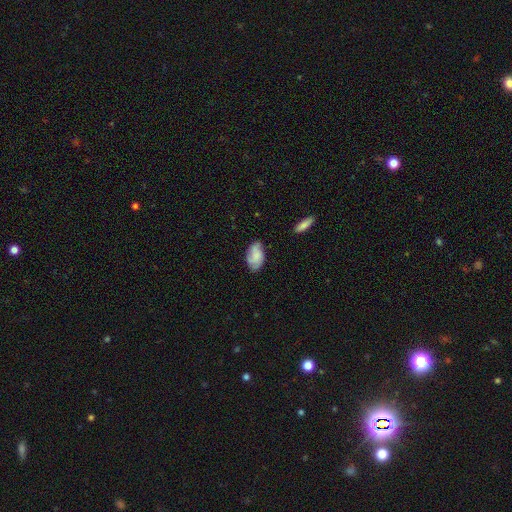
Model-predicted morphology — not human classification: Q: Smooth or featured?
A: smooth (48%); runner-up: featured or disk (44%)
Q: Merging?
A: none (72%); runner-up: minor disturbance (21%)